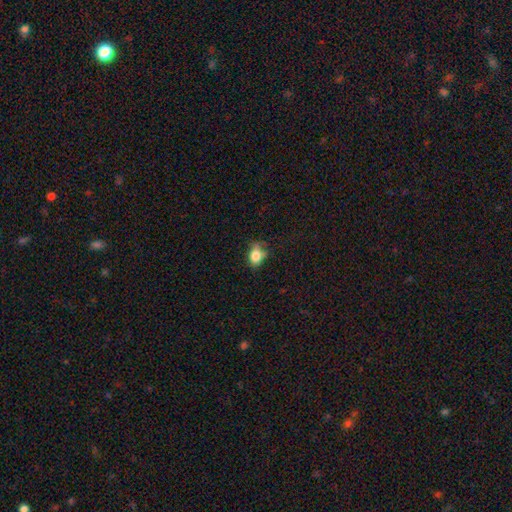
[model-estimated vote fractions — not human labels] A smooth galaxy with no disk features (79%) that is in between round and cigar-shaped (71%). Merging: none (48%).